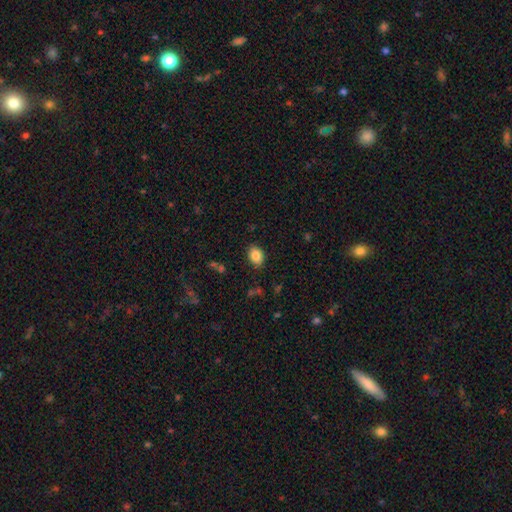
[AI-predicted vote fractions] Smooth or featured? Predicted: smooth (p=0.85). How rounded? Predicted: in between (p=0.65). Merging? Predicted: none (p=0.87).